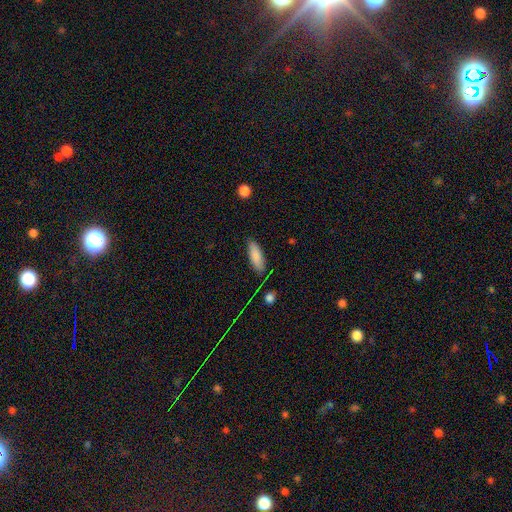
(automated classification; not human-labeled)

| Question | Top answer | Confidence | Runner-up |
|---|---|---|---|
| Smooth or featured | smooth | 84% | featured or disk (9%) |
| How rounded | in between | 60% | cigar-shaped (38%) |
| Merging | none | 76% | minor disturbance (17%) |